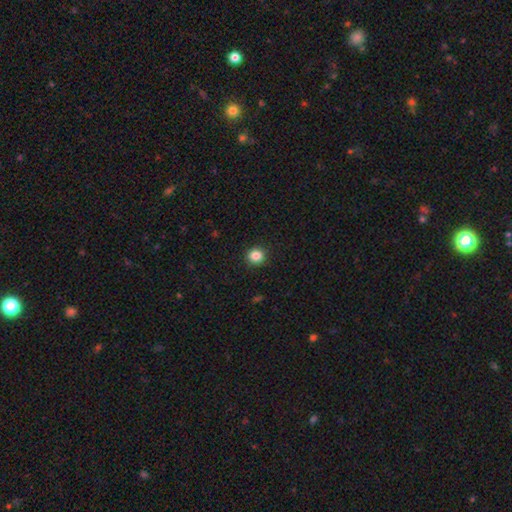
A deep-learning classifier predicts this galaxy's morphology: Smooth or featured: smooth — 85% (star or artifact — 11%)
How rounded: round — 92% (in between — 7%)
Merging: none — 92% (minor disturbance — 5%)